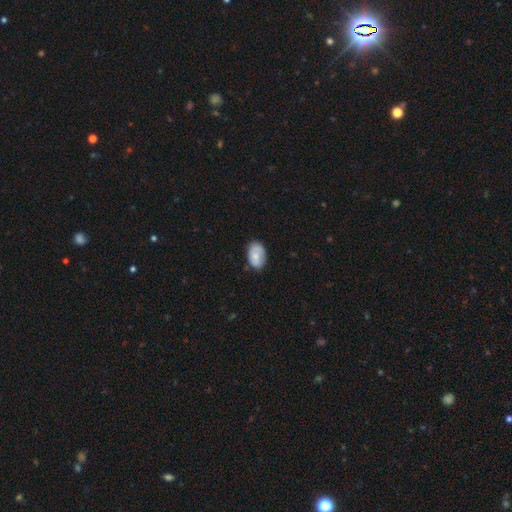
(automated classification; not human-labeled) Q: Smooth or featured?
A: smooth (69%); runner-up: featured or disk (24%)
Q: How rounded?
A: in between (88%); runner-up: round (11%)
Q: Merging?
A: none (74%); runner-up: minor disturbance (21%)